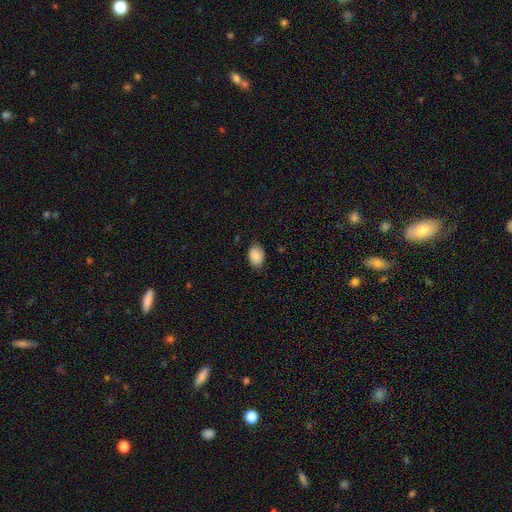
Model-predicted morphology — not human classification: This appears to be a smooth galaxy with no disk features (88%) that is in between round and cigar-shaped (82%). Merging: none (82%).